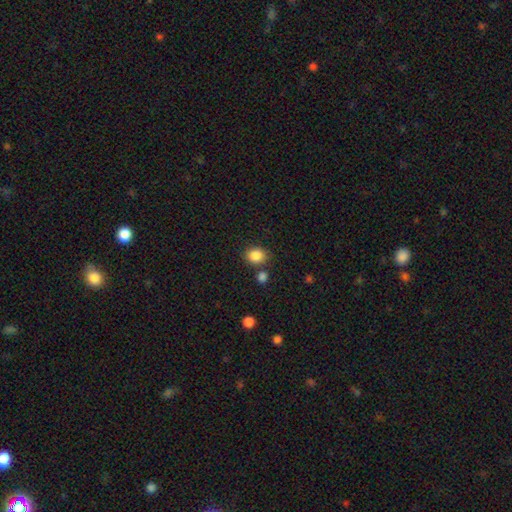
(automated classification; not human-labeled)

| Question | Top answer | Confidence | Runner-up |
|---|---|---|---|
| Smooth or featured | smooth | 86% | star or artifact (9%) |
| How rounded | round | 63% | in between (36%) |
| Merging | none | 75% | minor disturbance (12%) |